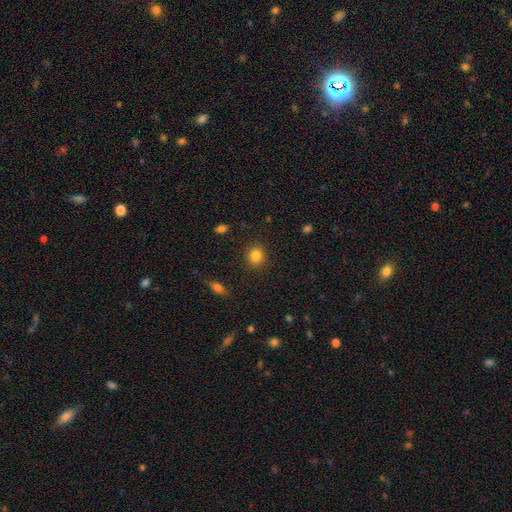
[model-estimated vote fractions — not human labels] Smooth or featured: smooth — 84% (star or artifact — 11%)
How rounded: round — 80% (in between — 19%)
Merging: none — 88% (minor disturbance — 8%)